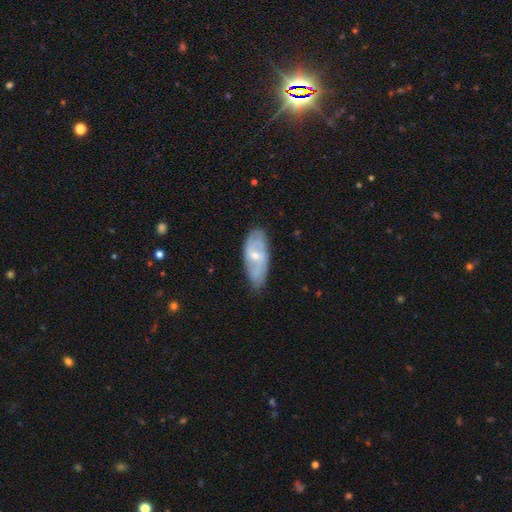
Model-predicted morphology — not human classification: A featured or disk galaxy (64%) with a weak bar (48%), spiral arms (74%) and a small central bulge (54%).

Vote fractions:
- Smooth or featured? featured or disk: 64% / smooth: 30% / star or artifact: 6%
- Edge-on disk? no: 89% / yes: 11%
- Bar? weak: 48% / no: 36% / strong: 16%
- Spiral arms? yes: 74% / no: 26%
- Bulge size? small: 54% / moderate: 42% / none: 1% / large: 1% / dominant: 1%
- Merging? none: 71% / minor disturbance: 22% / major disturbance: 5% / merger: 2%